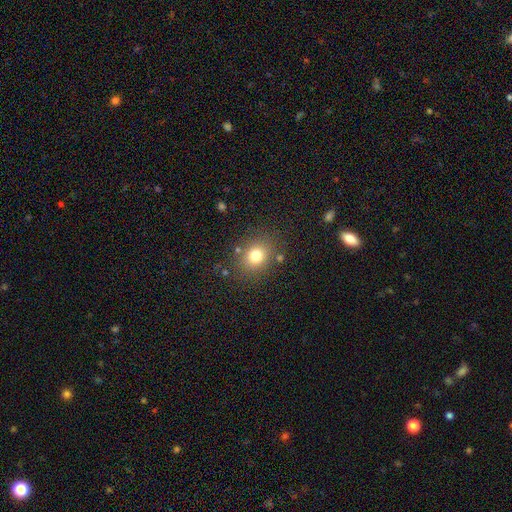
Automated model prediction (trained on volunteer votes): Smooth or featured? Predicted: smooth (p=0.77). How rounded? Predicted: round (p=0.63). Merging? Predicted: none (p=0.82).